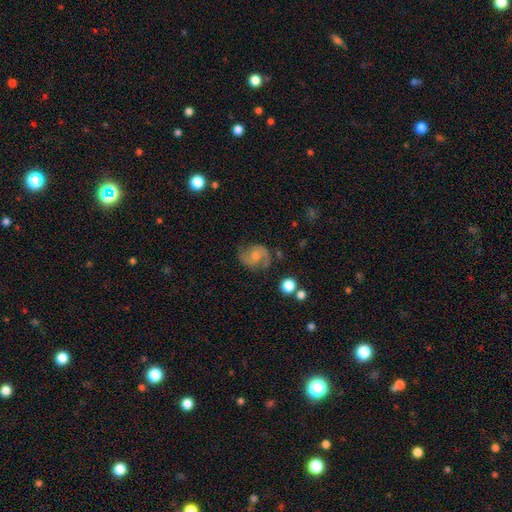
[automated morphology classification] featured or disk 77%, smooth 16%, star or artifact 7%. Down the decision tree: edge-on disk — no (98%); bar — no (60%); spiral arms — yes (95%); spiral arm count — 2 (91%); spiral winding — medium (53%); bulge size — small (43%); merging — none (72%).